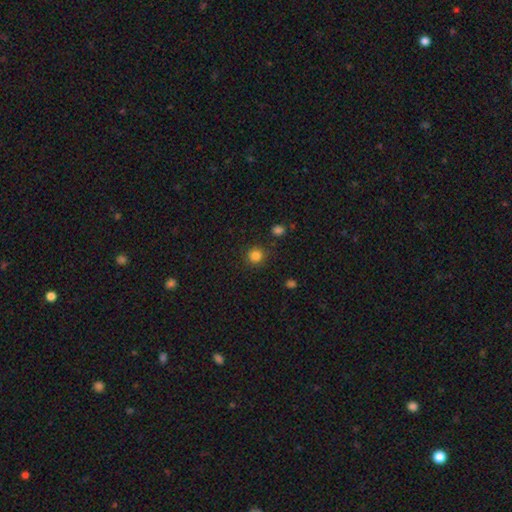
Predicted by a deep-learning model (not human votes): The model was most divided on "smooth or featured": smooth: 83%, star or artifact: 13%, featured or disk: 4%. More confident: how rounded — round (94%); merging — none (89%).